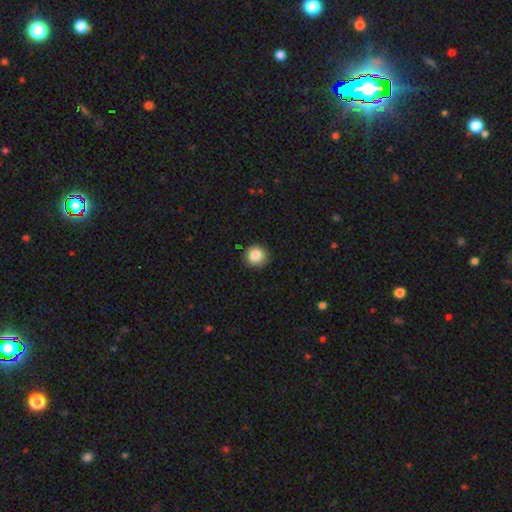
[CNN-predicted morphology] Smooth or featured?
  - smooth: 86% *
  - star or artifact: 9%
  - featured or disk: 5%
How rounded?
  - round: 92% *
  - in between: 7%
  - cigar-shaped: 1%
Merging?
  - none: 87% *
  - minor disturbance: 10%
  - major disturbance: 2%
  - merger: 1%